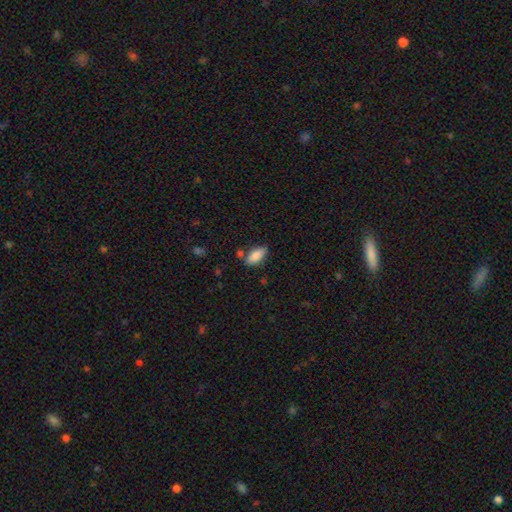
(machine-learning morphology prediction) smooth_or_featured: smooth (p=0.84) [alt: featured or disk p=0.09]
how_rounded: in between (p=0.83) [alt: cigar-shaped p=0.14]
merging: none (p=0.74) [alt: minor disturbance p=0.16]